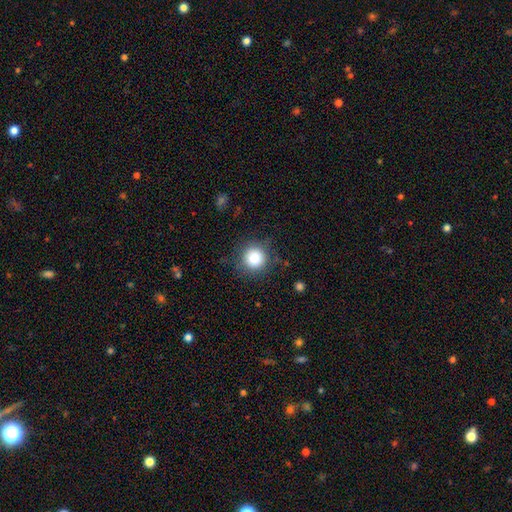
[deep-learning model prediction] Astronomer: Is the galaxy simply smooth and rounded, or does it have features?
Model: smooth — 83%.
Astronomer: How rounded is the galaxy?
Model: round — 94%.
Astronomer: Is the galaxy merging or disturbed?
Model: none — 85%.